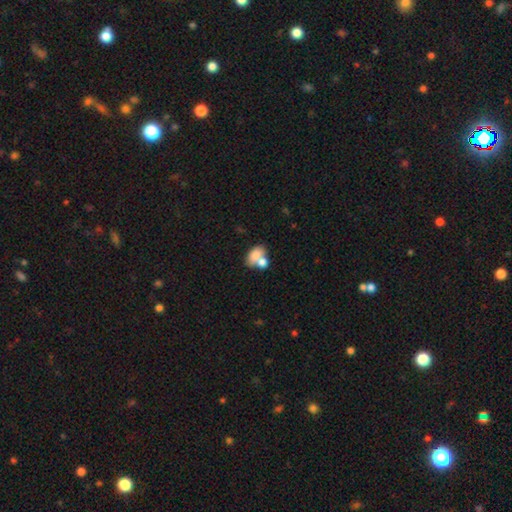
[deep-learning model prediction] Morphology: type=smooth (76%); roundness=in between (81%); merging=merger (54%).